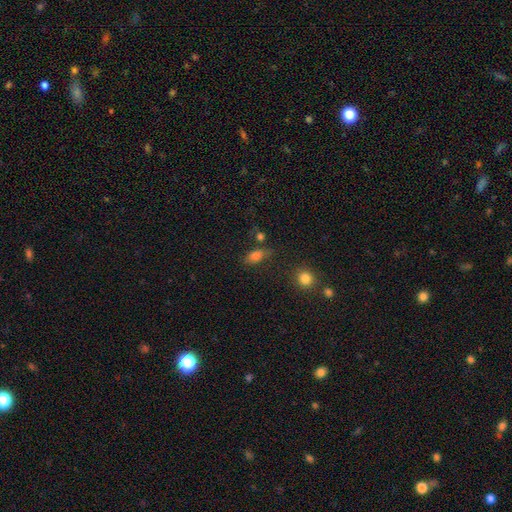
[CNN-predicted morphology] Smooth or featured? Predicted: smooth (p=0.80). How rounded? Predicted: in between (p=0.84). Merging? Predicted: none (p=0.64).